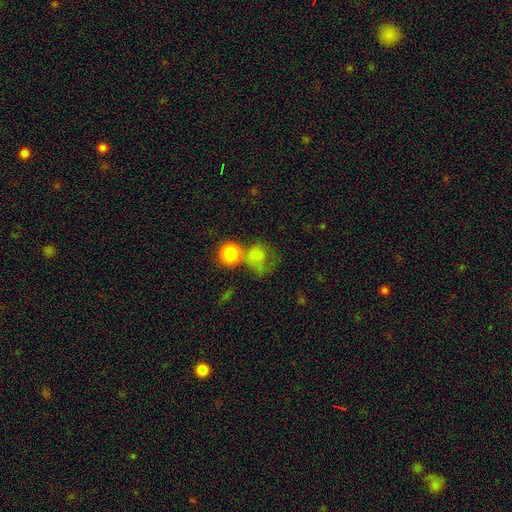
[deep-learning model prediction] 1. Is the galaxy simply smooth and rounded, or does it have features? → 72% smooth, 15% star or artifact, 13% featured or disk.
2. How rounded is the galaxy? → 70% round, 28% in between, 1% cigar-shaped.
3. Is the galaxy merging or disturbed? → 34% none, 32% merger, 20% major disturbance, 15% minor disturbance.